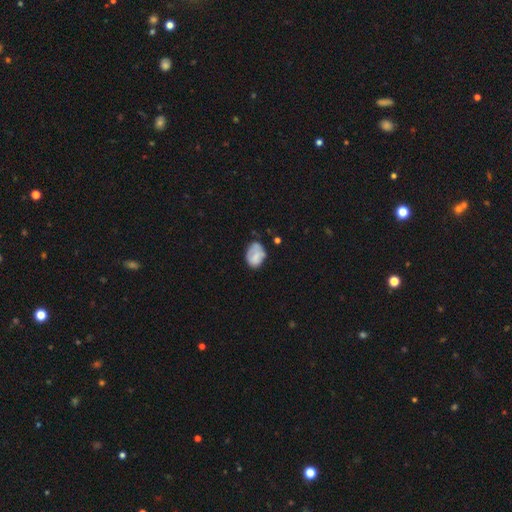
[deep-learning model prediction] smooth-or-featured: smooth: 68% | featured or disk: 24% | star or artifact: 8%
  how-rounded: in between: 76% | round: 23% | cigar-shaped: 1%
  merging: none: 49% | minor disturbance: 35% | major disturbance: 12% | merger: 4%